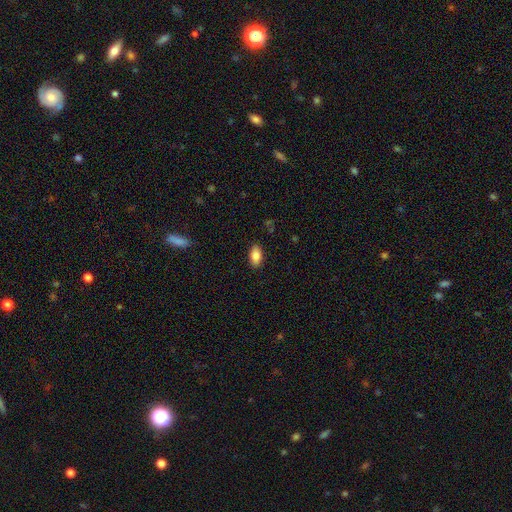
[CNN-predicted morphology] Overall: smooth (86%). How rounded: in between (93%). Merging: none (88%).